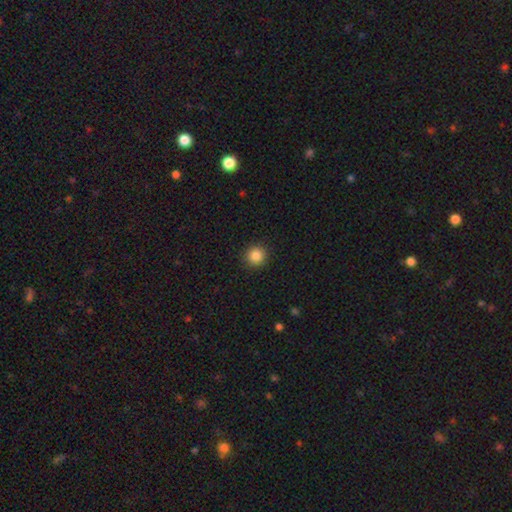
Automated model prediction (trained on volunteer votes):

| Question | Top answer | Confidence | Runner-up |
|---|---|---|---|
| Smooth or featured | smooth | 86% | star or artifact (10%) |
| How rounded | round | 94% | in between (5%) |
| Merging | none | 92% | minor disturbance (5%) |